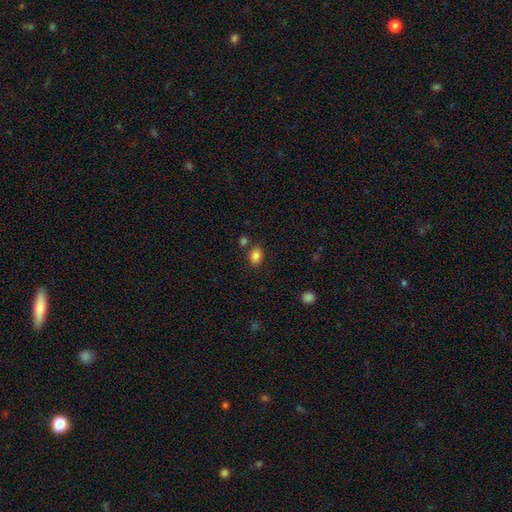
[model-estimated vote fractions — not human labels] A smooth galaxy with no disk features (84%) that is in between round and cigar-shaped (70%).

Vote fractions:
- Smooth or featured? smooth: 84% / star or artifact: 10% / featured or disk: 6%
- How rounded? in between: 70% / round: 29% / cigar-shaped: 1%
- Merging? none: 77% / minor disturbance: 11% / merger: 9% / major disturbance: 3%